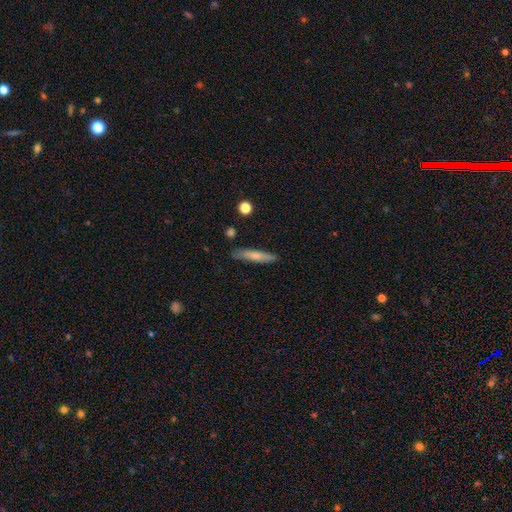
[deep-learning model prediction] Smooth or featured: smooth — 68% (featured or disk — 26%)
How rounded: cigar-shaped — 89% (in between — 9%)
Merging: none — 83% (minor disturbance — 12%)